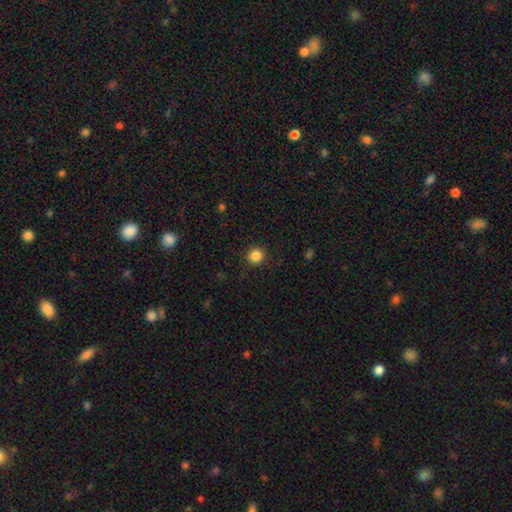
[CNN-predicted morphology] Smooth or featured? Predicted: smooth (p=0.85). How rounded? Predicted: round (p=0.94). Merging? Predicted: none (p=0.91).